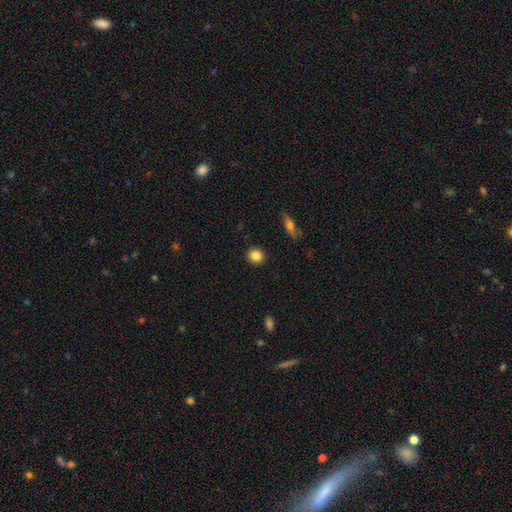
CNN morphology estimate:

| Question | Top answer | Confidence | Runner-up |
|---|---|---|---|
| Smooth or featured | smooth | 85% | star or artifact (9%) |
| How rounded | round | 80% | in between (19%) |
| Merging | none | 91% | minor disturbance (6%) |